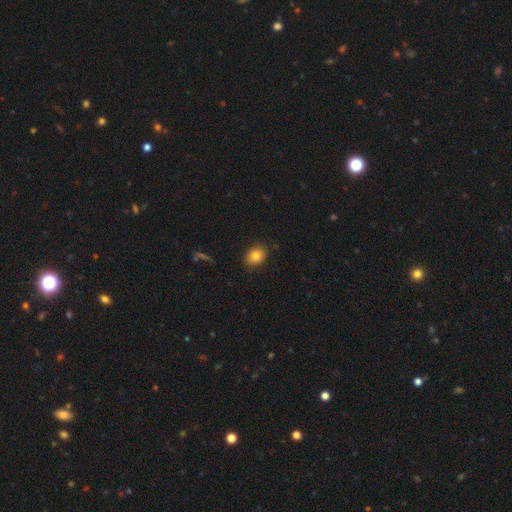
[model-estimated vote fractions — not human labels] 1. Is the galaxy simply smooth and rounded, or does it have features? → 82% smooth, 10% star or artifact, 8% featured or disk.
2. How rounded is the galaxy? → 60% in between, 39% round, 1% cigar-shaped.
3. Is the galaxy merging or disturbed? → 87% none, 10% minor disturbance, 2% major disturbance, 1% merger.